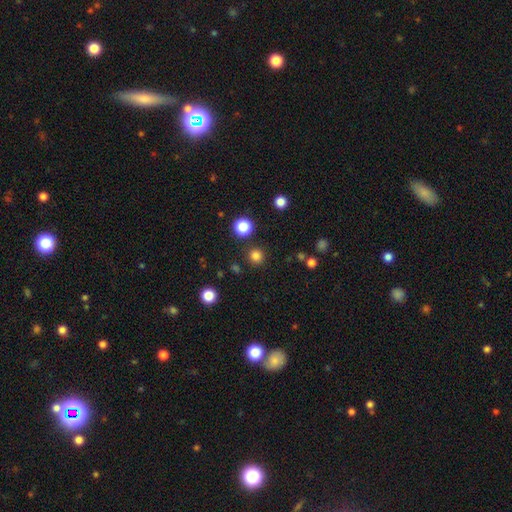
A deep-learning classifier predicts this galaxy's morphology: Smooth or featured? Predicted: smooth (p=0.81). How rounded? Predicted: round (p=0.95). Merging? Predicted: none (p=0.90).